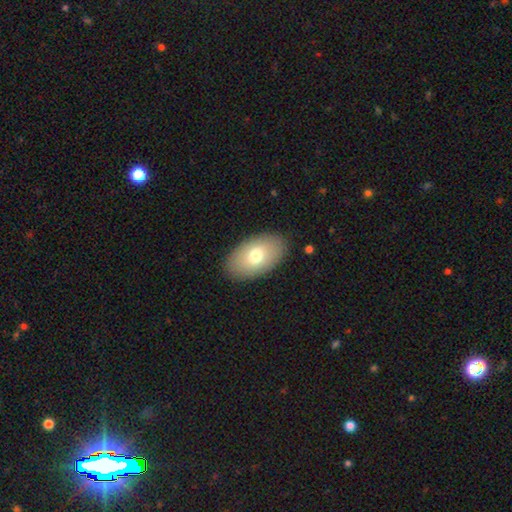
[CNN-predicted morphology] Smooth or featured?
  - smooth: 73% *
  - featured or disk: 20%
  - star or artifact: 7%
How rounded?
  - in between: 93% *
  - round: 5%
  - cigar-shaped: 1%
Merging?
  - none: 88% *
  - minor disturbance: 9%
  - major disturbance: 3%
  - merger: 1%